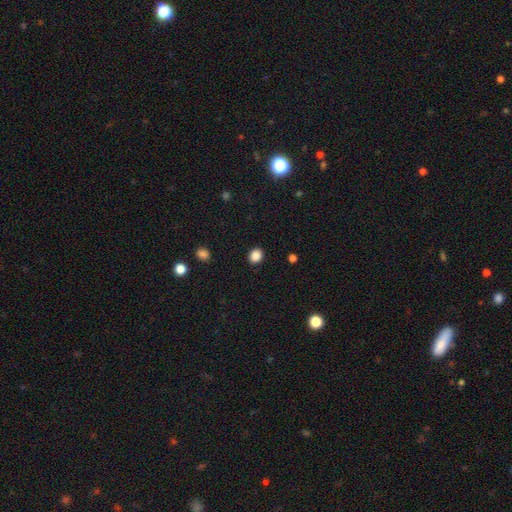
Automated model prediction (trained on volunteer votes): Smooth or featured? smooth (87%)
How rounded? round (69%)
Merging? none (90%)